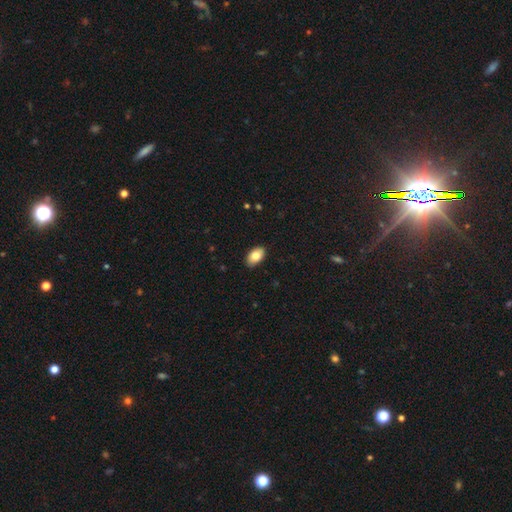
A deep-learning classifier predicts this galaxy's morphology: Smooth or featured? smooth (81%)
How rounded? in between (93%)
Merging? none (89%)